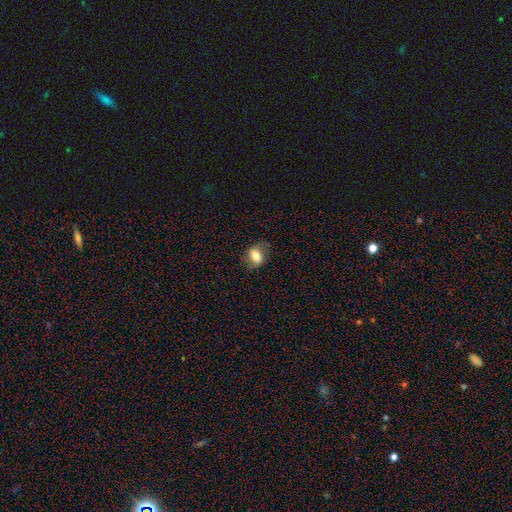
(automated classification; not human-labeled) This is likely a smooth galaxy (71%). How rounded: likely in between (73%). Merging: likely none (71%).